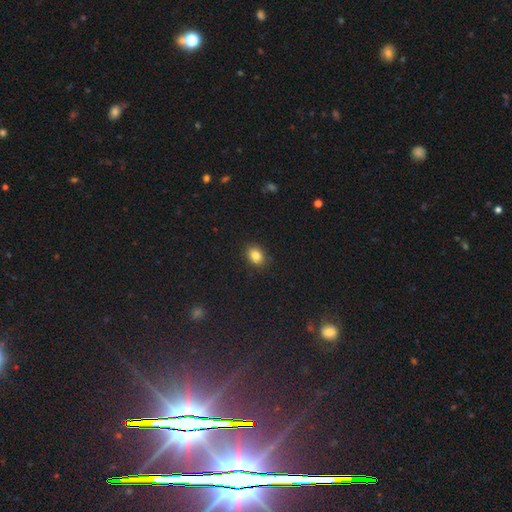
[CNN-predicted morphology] Smooth or featured? Predicted: smooth (p=0.83). How rounded? Predicted: in between (p=0.60). Merging? Predicted: none (p=0.88).